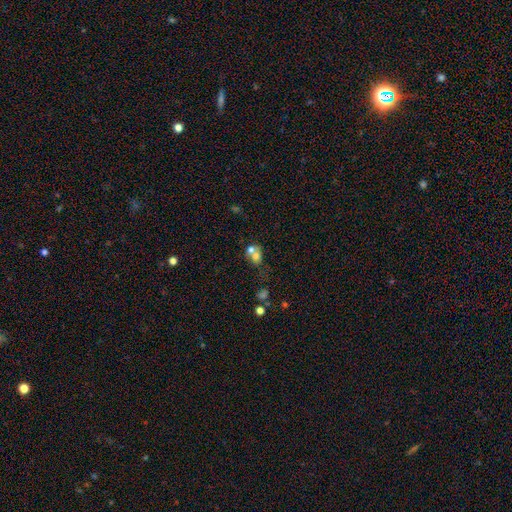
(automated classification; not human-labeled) Smooth or featured? Predicted: smooth (p=0.67). How rounded? Predicted: round (p=0.59). Merging? Predicted: merger (p=0.62).